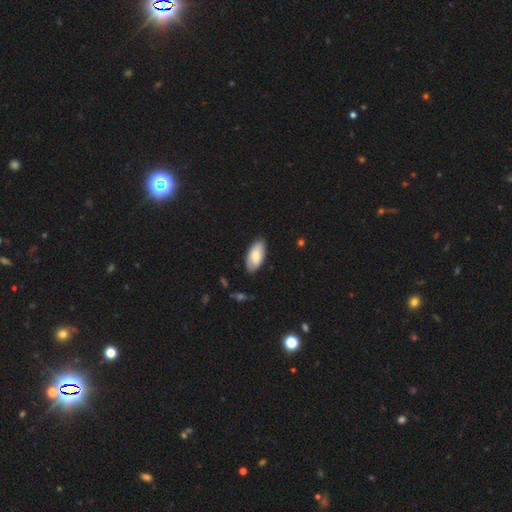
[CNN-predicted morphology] Smooth or featured: smooth — 74% (featured or disk — 21%)
How rounded: in between — 93% (cigar-shaped — 4%)
Merging: none — 81% (minor disturbance — 15%)